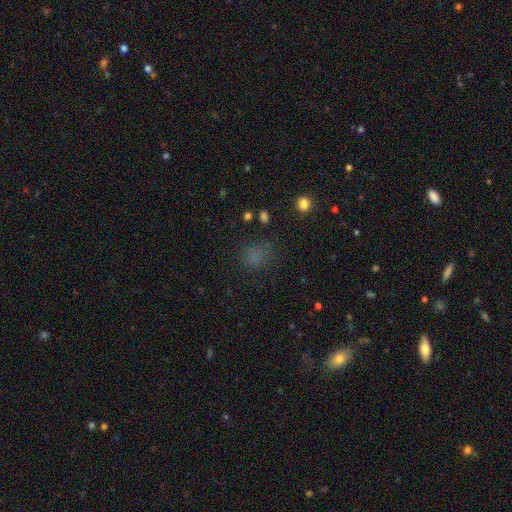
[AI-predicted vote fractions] Smooth or featured: smooth — 64% (star or artifact — 27%)
How rounded: round — 59% (in between — 39%)
Merging: none — 64% (minor disturbance — 19%)